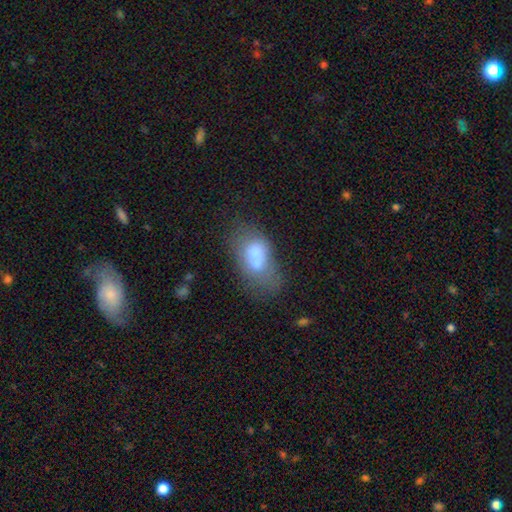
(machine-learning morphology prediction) This is likely a smooth galaxy (65%). How rounded: clearly in between (83%). Merging: marginally merger (44%).